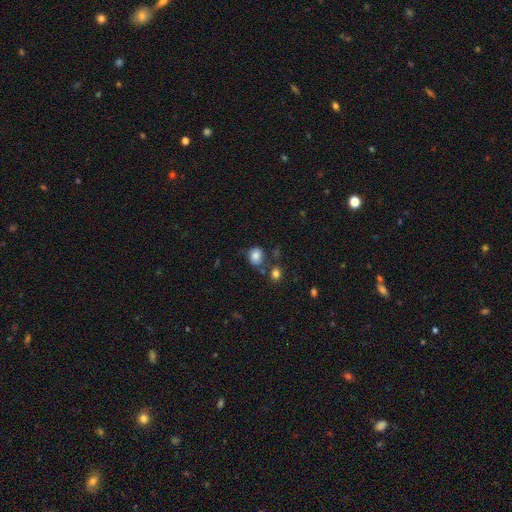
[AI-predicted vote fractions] smooth 81%, star or artifact 10%, featured or disk 9%. Down the decision tree: how rounded — round (63%); merging — none (59%).